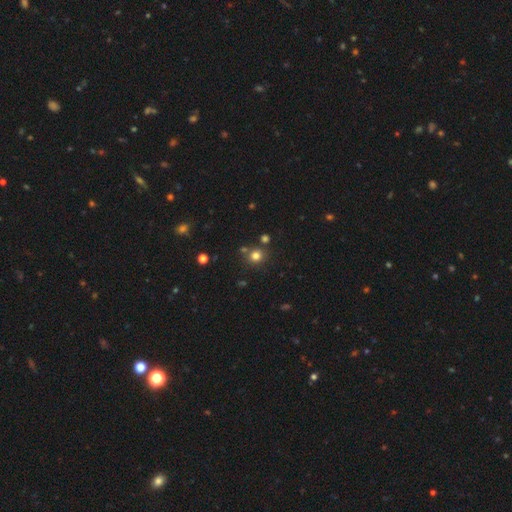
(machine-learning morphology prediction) Q: Smooth or featured?
A: smooth (77%); runner-up: star or artifact (16%)
Q: How rounded?
A: round (87%); runner-up: in between (12%)
Q: Merging?
A: none (78%); runner-up: merger (10%)